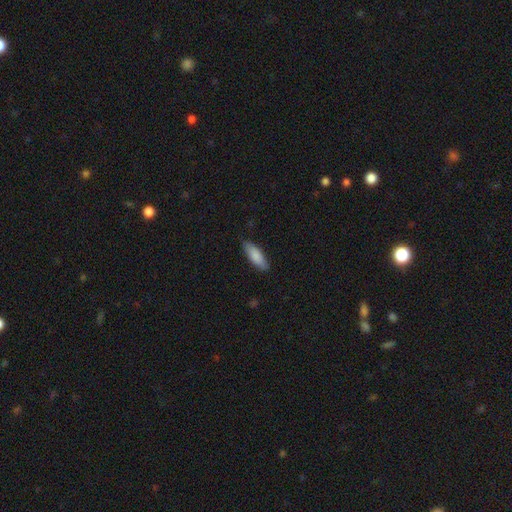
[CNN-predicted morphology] Q: Smooth or featured?
A: smooth (86%); runner-up: featured or disk (8%)
Q: How rounded?
A: in between (62%); runner-up: cigar-shaped (36%)
Q: Merging?
A: none (84%); runner-up: minor disturbance (12%)